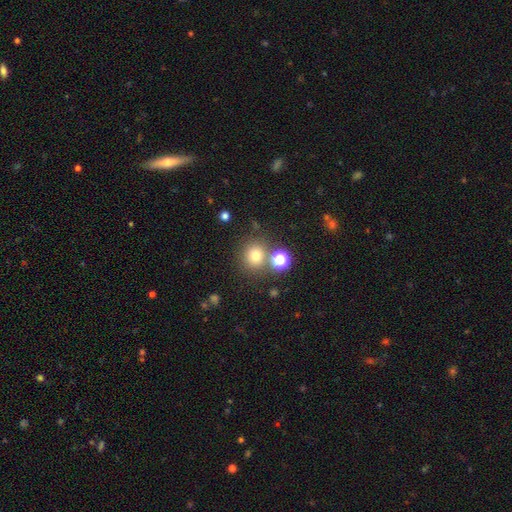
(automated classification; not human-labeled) A smooth galaxy with no disk features (74%) that is round (87%).

Vote fractions:
- Smooth or featured? smooth: 74% / star or artifact: 17% / featured or disk: 8%
- How rounded? round: 87% / in between: 12% / cigar-shaped: 1%
- Merging? none: 75% / merger: 14% / minor disturbance: 8% / major disturbance: 4%